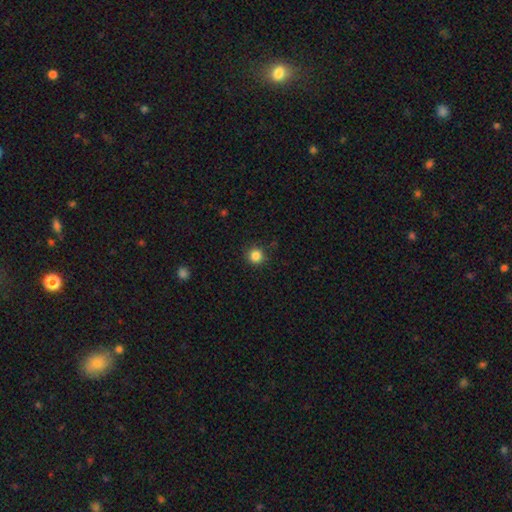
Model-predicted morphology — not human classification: type=smooth (85%); roundness=round (95%); merging=none (90%).